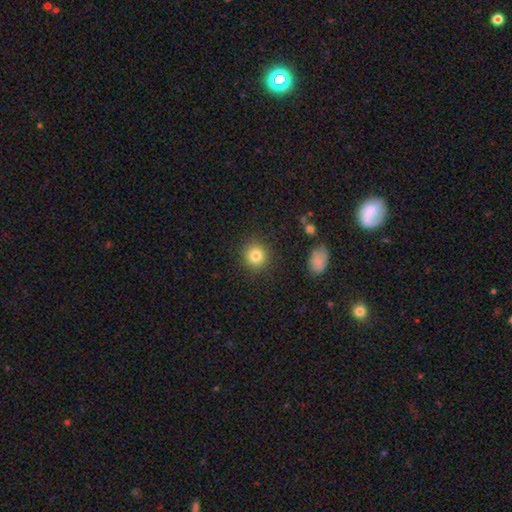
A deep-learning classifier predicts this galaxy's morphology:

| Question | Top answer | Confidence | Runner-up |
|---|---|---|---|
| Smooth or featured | smooth | 83% | star or artifact (10%) |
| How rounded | round | 89% | in between (10%) |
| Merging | none | 89% | minor disturbance (7%) |